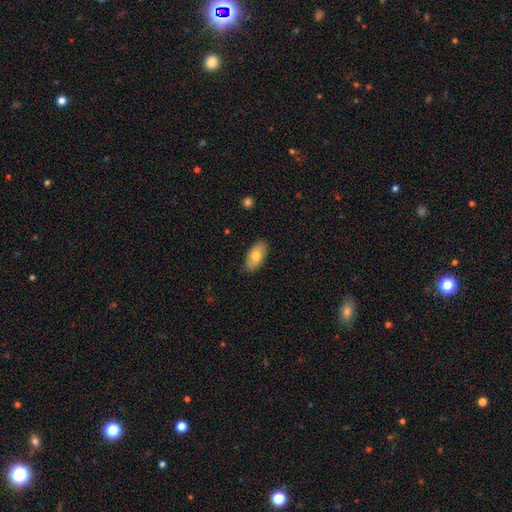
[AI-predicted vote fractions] Overall: smooth (74%). How rounded: in between (93%). Merging: none (87%).